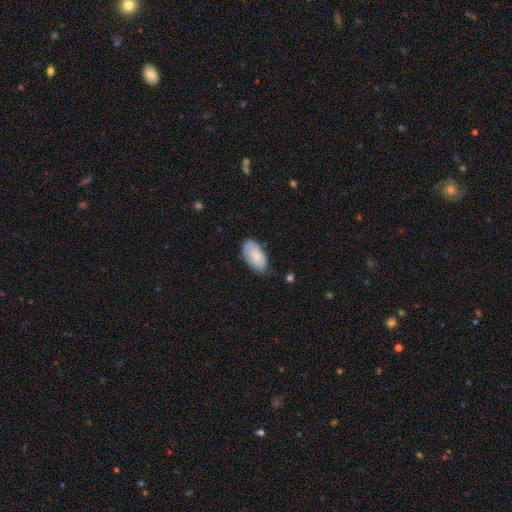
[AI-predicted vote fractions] This is clearly a smooth galaxy (81%). How rounded: clearly in between (95%). Merging: likely none (68%).